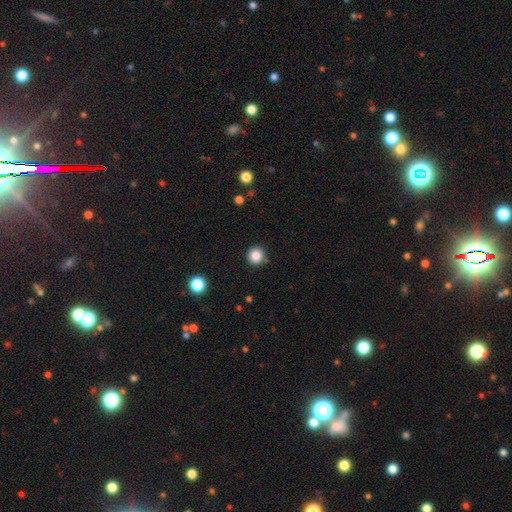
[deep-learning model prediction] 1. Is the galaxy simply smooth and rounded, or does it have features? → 85% smooth, 11% star or artifact, 4% featured or disk.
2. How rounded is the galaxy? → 94% round, 6% in between, 1% cigar-shaped.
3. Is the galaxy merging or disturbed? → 89% none, 7% minor disturbance, 2% major disturbance, 2% merger.